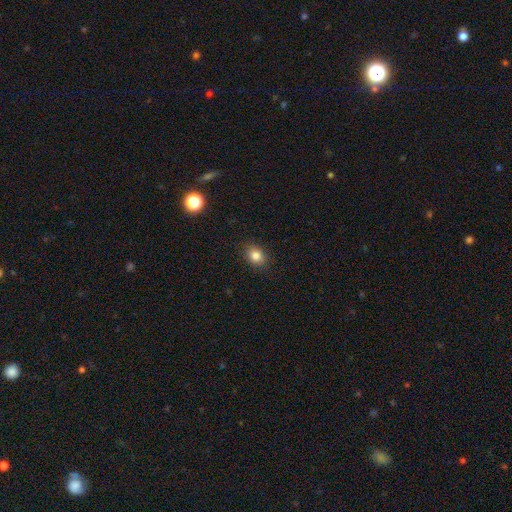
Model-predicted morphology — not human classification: This appears to be a smooth galaxy with no disk features (82%) that is in between round and cigar-shaped (54%). Merging: none (89%).